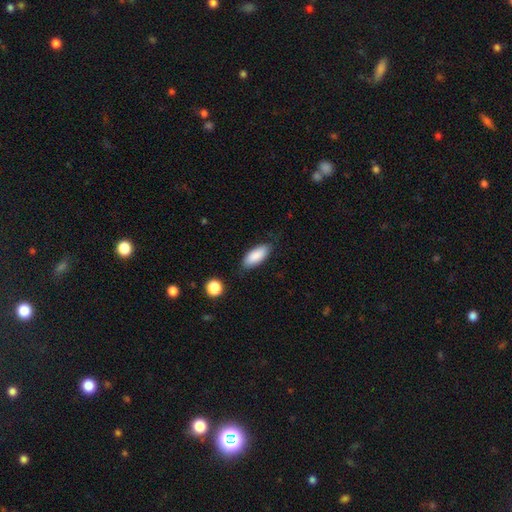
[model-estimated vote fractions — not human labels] Smooth or featured: smooth — 88% (star or artifact — 6%)
How rounded: in between — 82% (cigar-shaped — 16%)
Merging: none — 81% (minor disturbance — 14%)